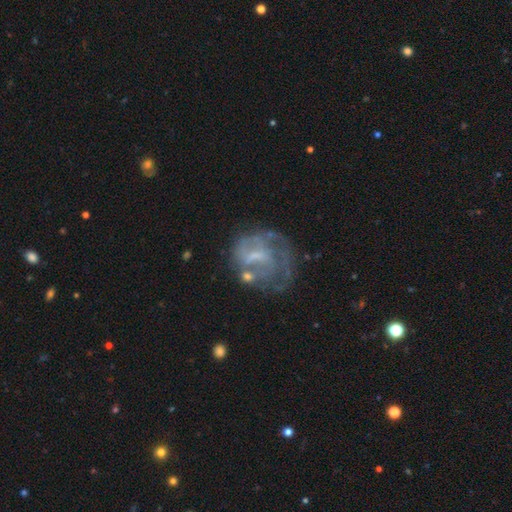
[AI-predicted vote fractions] The model was most divided on "bar": weak: 46%, no: 41%, strong: 13%. Remaining: edge-on disk — no (97%); smooth or featured — featured or disk (67%); spiral arms — yes (58%); merging — none (46%); bulge size — small (42%).